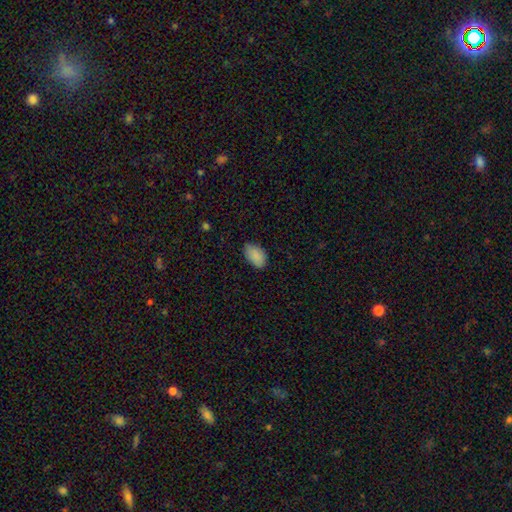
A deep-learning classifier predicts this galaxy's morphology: This is clearly a smooth galaxy (88%). How rounded: clearly in between (93%). Merging: likely none (79%).